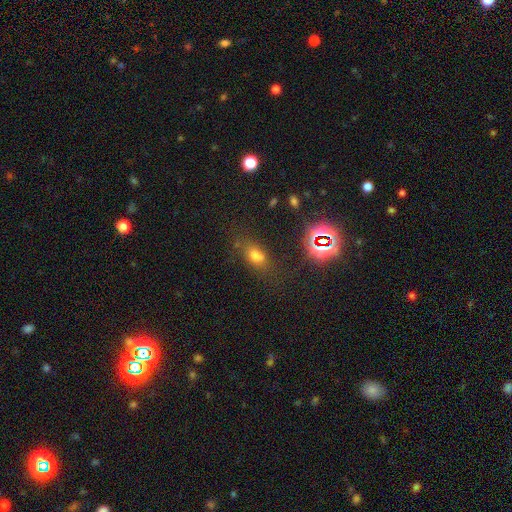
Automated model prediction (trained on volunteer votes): This is likely a smooth galaxy (63%). How rounded: likely in between (75%). Merging: likely none (62%).